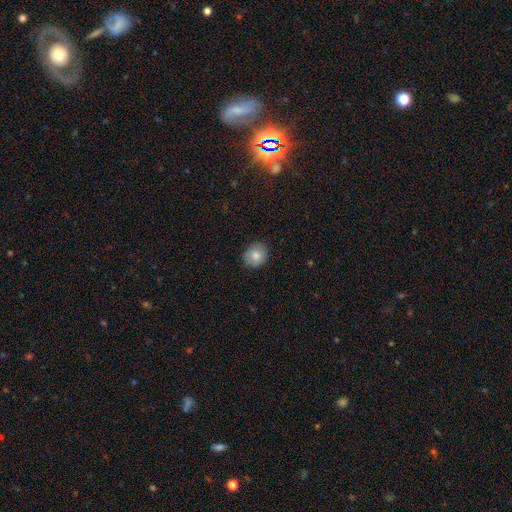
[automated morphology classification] smooth 80%, featured or disk 12%, star or artifact 9%. Down the decision tree: how rounded — round (72%); merging — none (84%).